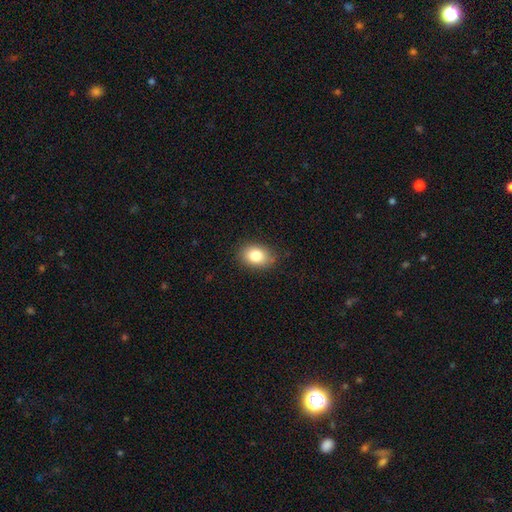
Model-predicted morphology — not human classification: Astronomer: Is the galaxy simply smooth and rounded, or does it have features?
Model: smooth — 82%.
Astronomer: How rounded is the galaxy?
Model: in between — 74%.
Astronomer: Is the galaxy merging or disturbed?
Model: none — 82%.